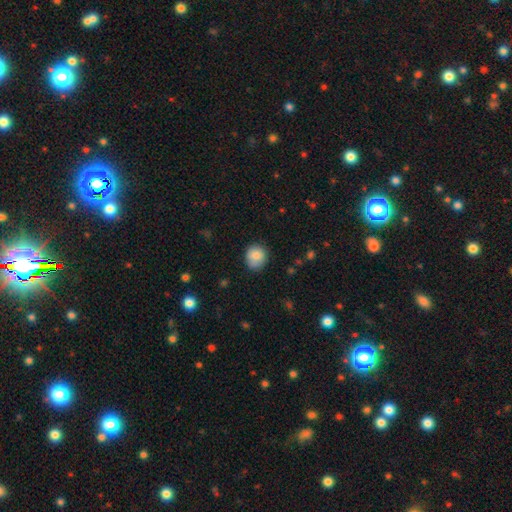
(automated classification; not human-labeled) Smooth or featured?
  - smooth: 83% *
  - featured or disk: 9%
  - star or artifact: 8%
How rounded?
  - round: 75% *
  - in between: 24%
  - cigar-shaped: 1%
Merging?
  - none: 76% *
  - minor disturbance: 19%
  - major disturbance: 4%
  - merger: 2%